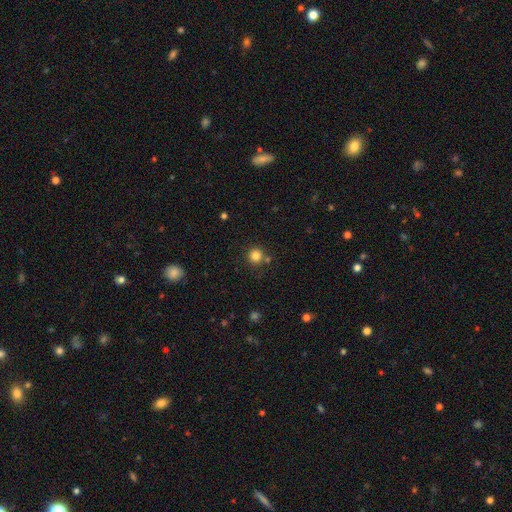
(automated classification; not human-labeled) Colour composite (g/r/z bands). It shows a smooth galaxy with no disk features (82%) that is round (94%). Merging: none (80%).